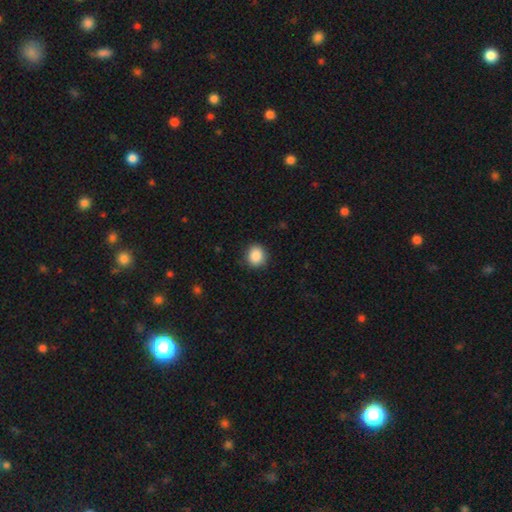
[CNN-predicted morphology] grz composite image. It shows a smooth galaxy with no disk features (88%) that is round (82%). Merging: none (88%).